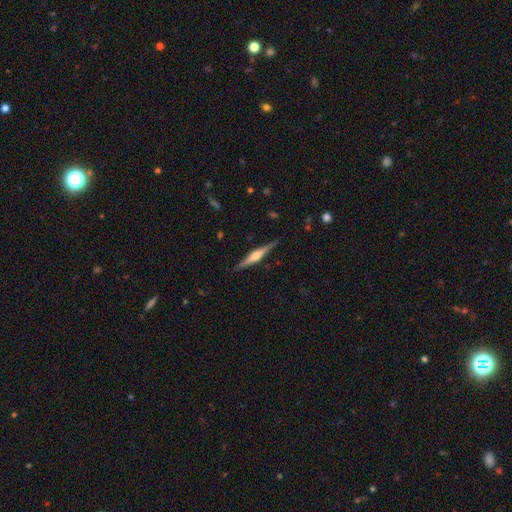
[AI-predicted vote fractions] This is likely a featured or disk galaxy (76%). It is clearly viewed edge-on (98%). Edge-on bulge: clearly rounded (86%). Merging: clearly none (89%).